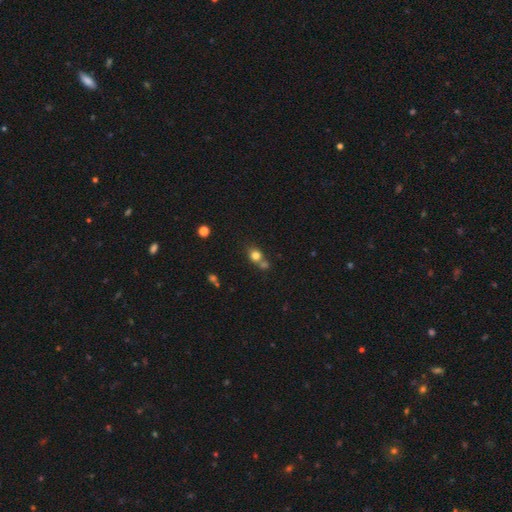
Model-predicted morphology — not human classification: The model was most divided on "merging": none: 50%, merger: 35%, minor disturbance: 10%, major disturbance: 4%. More confident: smooth or featured — smooth (79%); how rounded — round (75%).